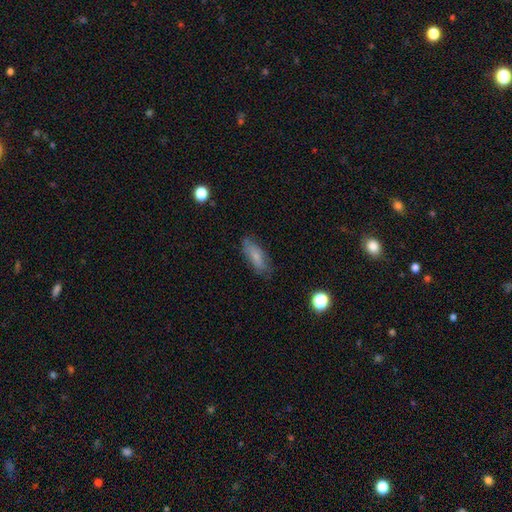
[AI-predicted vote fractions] smooth 68%, featured or disk 24%, star or artifact 8%. Down the decision tree: how rounded — in between (69%); merging — none (75%).